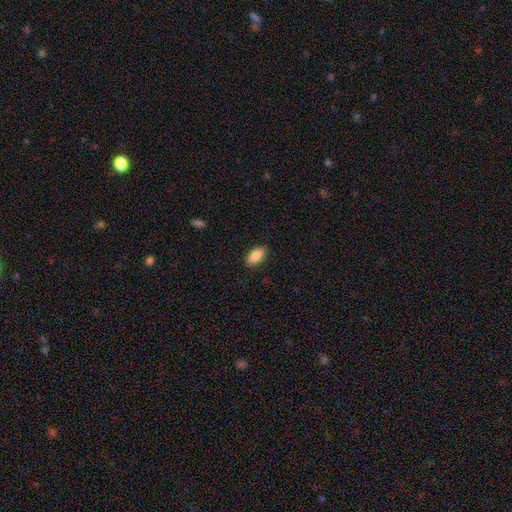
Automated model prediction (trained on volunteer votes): A smooth galaxy with no disk features (87%) that is in between round and cigar-shaped (93%). Merging: none (89%).